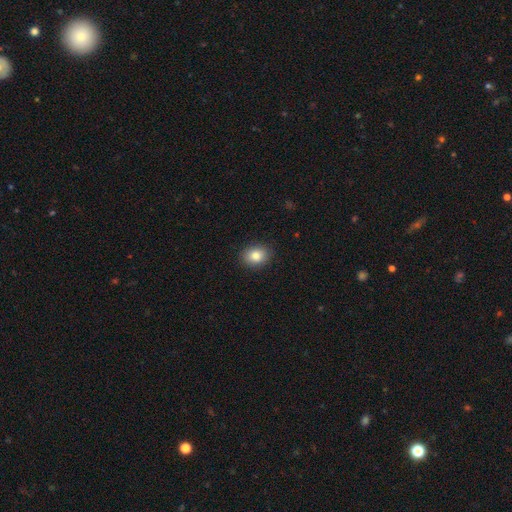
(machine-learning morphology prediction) Overall: smooth (84%). How rounded: in between (56%; round 43%). Merging: none (89%).